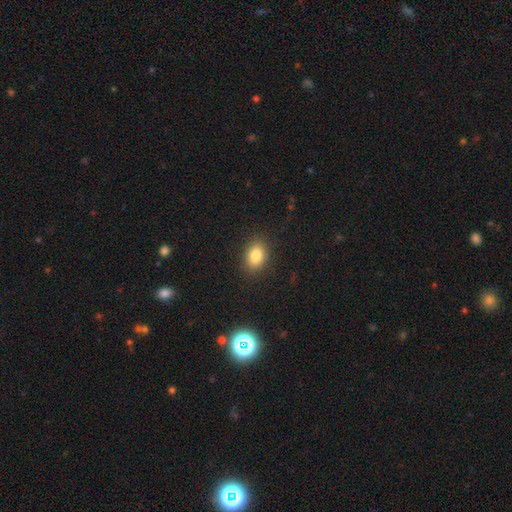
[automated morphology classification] Smooth or featured? Predicted: smooth (p=0.83). How rounded? Predicted: in between (p=0.72). Merging? Predicted: none (p=0.87).